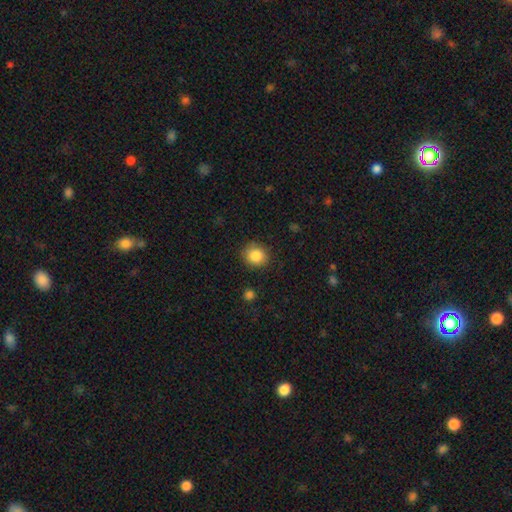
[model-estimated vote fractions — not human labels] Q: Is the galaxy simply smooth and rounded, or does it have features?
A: smooth — 86%.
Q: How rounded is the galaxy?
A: round — 82%.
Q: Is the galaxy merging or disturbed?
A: none — 87%.